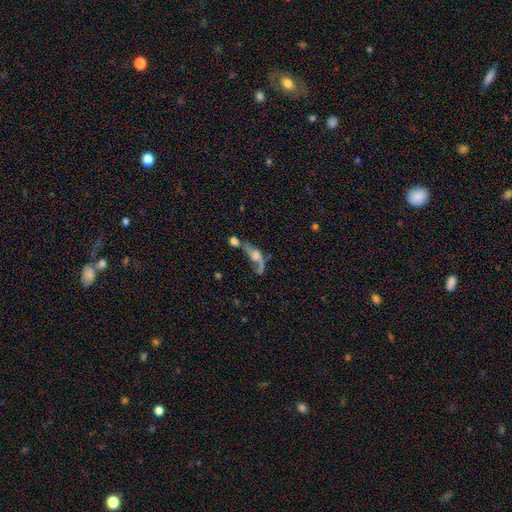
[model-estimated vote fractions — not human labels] This appears to be a featured or disk galaxy (58%). Merging: merger (41%).